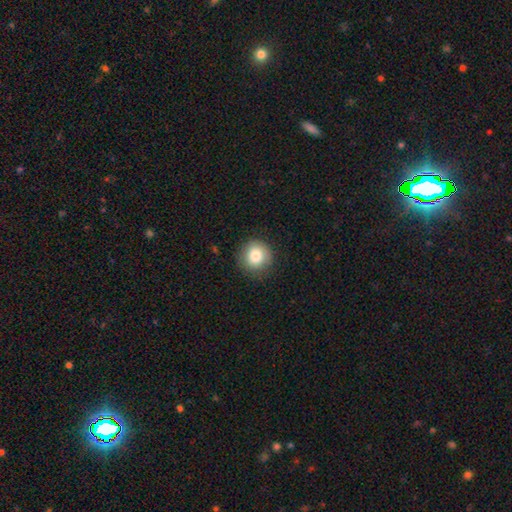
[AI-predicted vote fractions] smooth 83%, star or artifact 9%, featured or disk 8%. Down the decision tree: how rounded — round (91%); merging — none (86%).